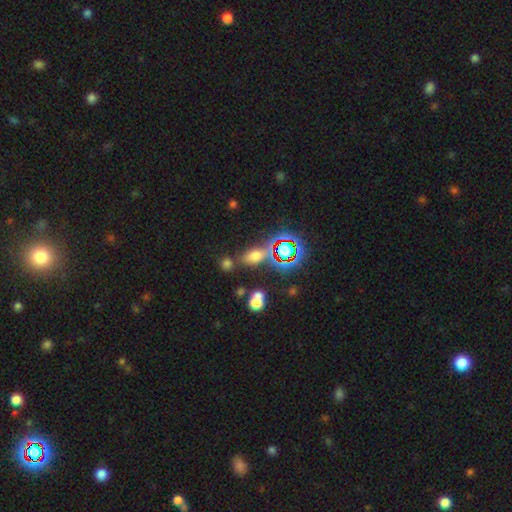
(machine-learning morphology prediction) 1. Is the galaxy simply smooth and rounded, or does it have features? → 54% smooth, 34% star or artifact, 13% featured or disk.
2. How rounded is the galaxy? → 74% in between, 15% round, 11% cigar-shaped.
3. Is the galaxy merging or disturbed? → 66% none, 14% minor disturbance, 13% merger, 7% major disturbance.